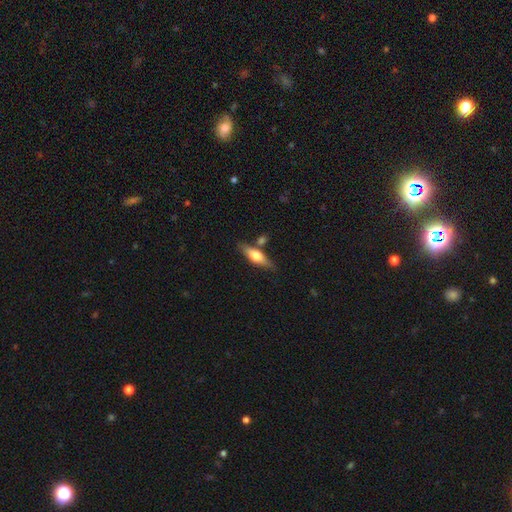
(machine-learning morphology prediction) Overall: smooth (51%; featured or disk 43%). How rounded: cigar-shaped (56%; in between 41%). Merging: none (72%).